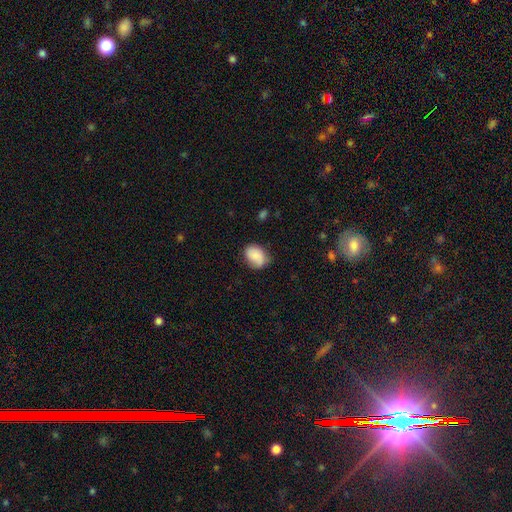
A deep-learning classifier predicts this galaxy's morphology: Smooth or featured: smooth — 80% (featured or disk — 13%)
How rounded: in between — 72% (round — 27%)
Merging: none — 67% (minor disturbance — 26%)